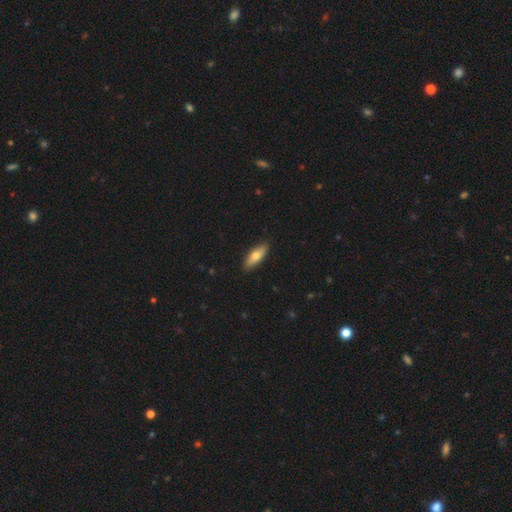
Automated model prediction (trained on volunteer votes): Q: Smooth or featured?
A: smooth (71%); runner-up: featured or disk (24%)
Q: How rounded?
A: in between (61%); runner-up: cigar-shaped (36%)
Q: Merging?
A: none (89%); runner-up: minor disturbance (8%)